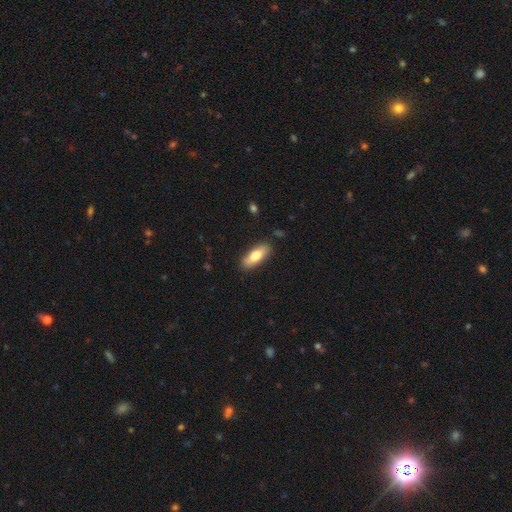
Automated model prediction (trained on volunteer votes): This is likely a smooth galaxy (75%). How rounded: likely in between (68%). Merging: clearly none (86%).